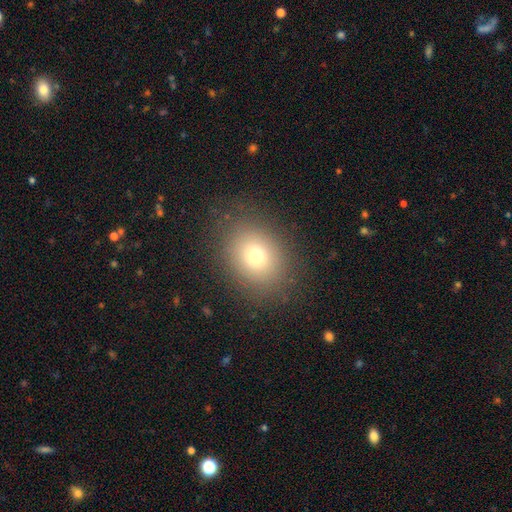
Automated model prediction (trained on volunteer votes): Q: Smooth or featured?
A: smooth (73%); runner-up: star or artifact (15%)
Q: How rounded?
A: round (50%); runner-up: in between (49%)
Q: Merging?
A: none (84%); runner-up: minor disturbance (10%)